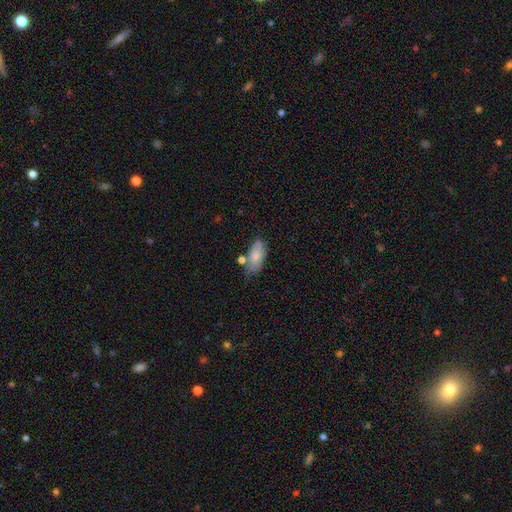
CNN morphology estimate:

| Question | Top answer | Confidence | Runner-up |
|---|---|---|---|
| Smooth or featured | smooth | 78% | featured or disk (15%) |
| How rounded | in between | 88% | cigar-shaped (8%) |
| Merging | none | 58% | minor disturbance (24%) |